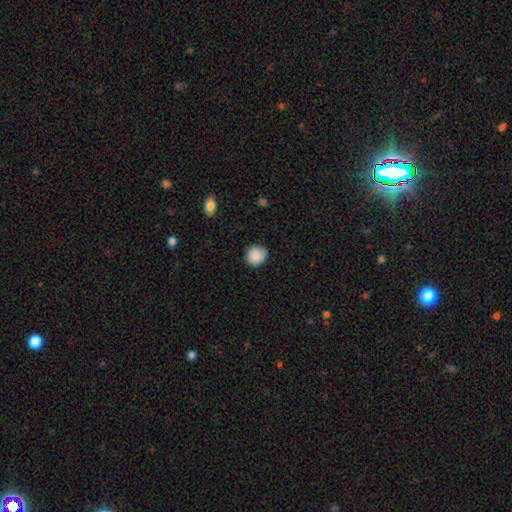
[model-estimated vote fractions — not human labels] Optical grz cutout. It shows a smooth galaxy with no disk features (87%) that is round (87%). Merging: none (79%).